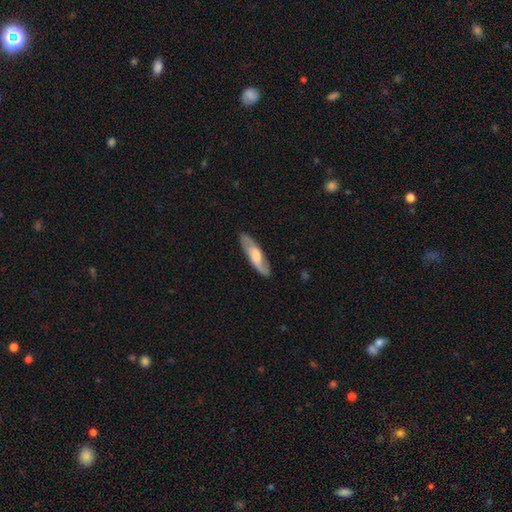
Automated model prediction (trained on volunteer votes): Q: Smooth or featured?
A: featured or disk (52%); runner-up: smooth (42%)
Q: Edge-on disk?
A: no (69%); runner-up: yes (31%)
Q: Merging?
A: none (84%); runner-up: minor disturbance (11%)